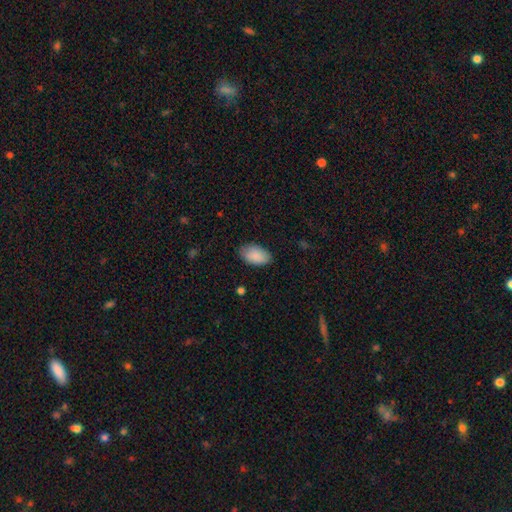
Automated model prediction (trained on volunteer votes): Smooth or featured?
  - smooth: 89% *
  - star or artifact: 6%
  - featured or disk: 4%
How rounded?
  - in between: 94% *
  - round: 4%
  - cigar-shaped: 2%
Merging?
  - none: 81% *
  - minor disturbance: 15%
  - major disturbance: 3%
  - merger: 1%